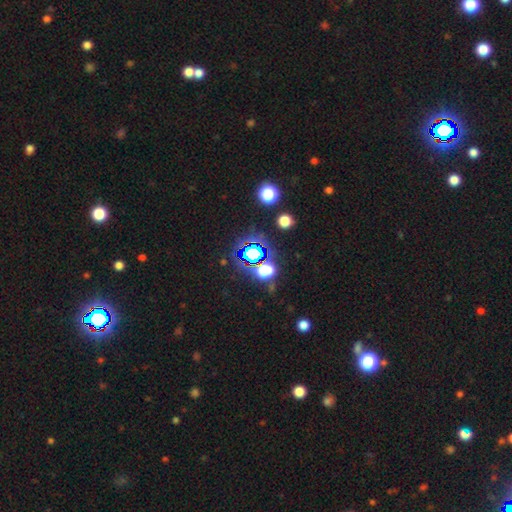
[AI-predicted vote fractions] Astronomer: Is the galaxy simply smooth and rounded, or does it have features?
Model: star or artifact — 79%.